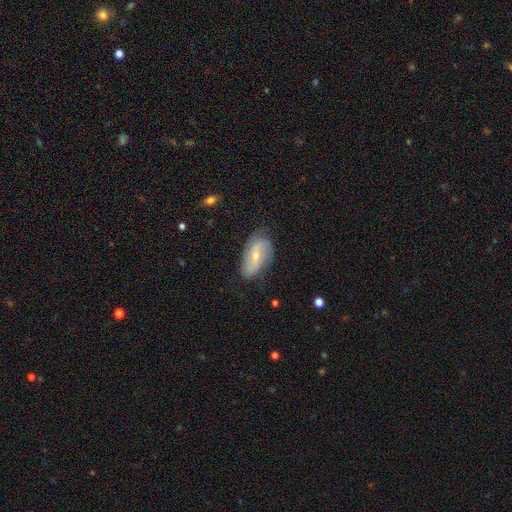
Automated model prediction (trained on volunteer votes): featured or disk 67%, smooth 25%, star or artifact 7%. Down the decision tree: edge-on disk — no (93%); bar — weak (40%); spiral arms — yes (85%); spiral arm count — 2 (75%); spiral winding — loose (49%); bulge size — small (64%); merging — none (71%).